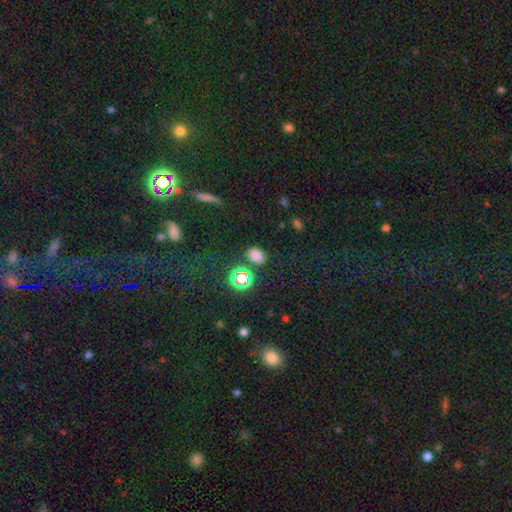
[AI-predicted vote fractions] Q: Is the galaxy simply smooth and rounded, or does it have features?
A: smooth — 72%.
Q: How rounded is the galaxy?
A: in between — 73%.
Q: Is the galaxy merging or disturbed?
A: none — 80%.